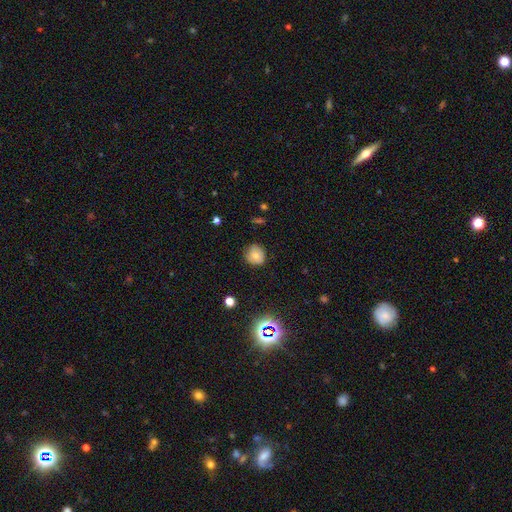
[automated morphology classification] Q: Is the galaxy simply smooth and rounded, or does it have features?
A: smooth — 66%.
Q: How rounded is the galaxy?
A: round — 79%.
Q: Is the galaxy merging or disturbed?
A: none — 70%.